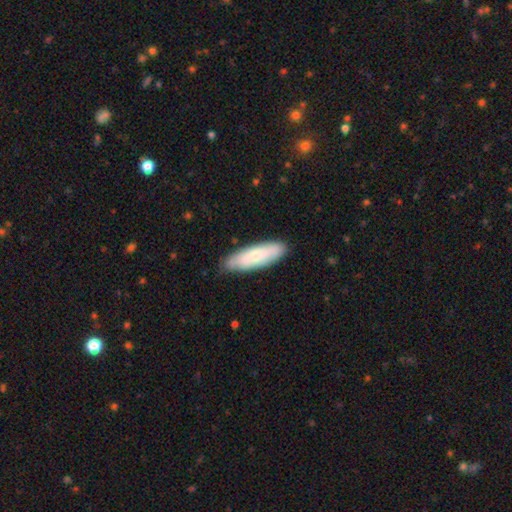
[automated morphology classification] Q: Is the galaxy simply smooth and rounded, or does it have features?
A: smooth — 70%.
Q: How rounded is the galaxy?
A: cigar-shaped — 53%.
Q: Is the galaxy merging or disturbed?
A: none — 82%.